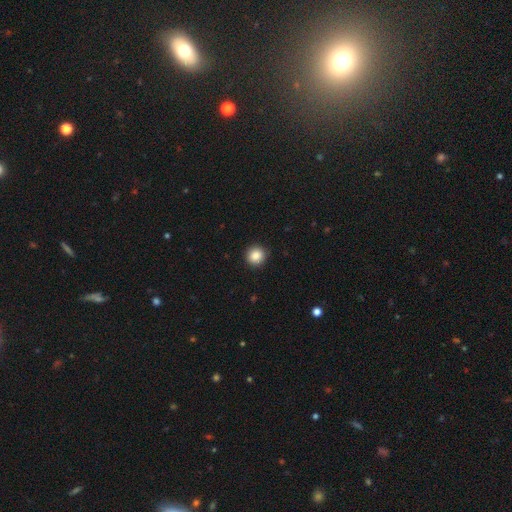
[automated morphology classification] smooth_or_featured: smooth (p=0.86) [alt: star or artifact p=0.10]
how_rounded: round (p=0.93) [alt: in between p=0.06]
merging: none (p=0.92) [alt: minor disturbance p=0.06]